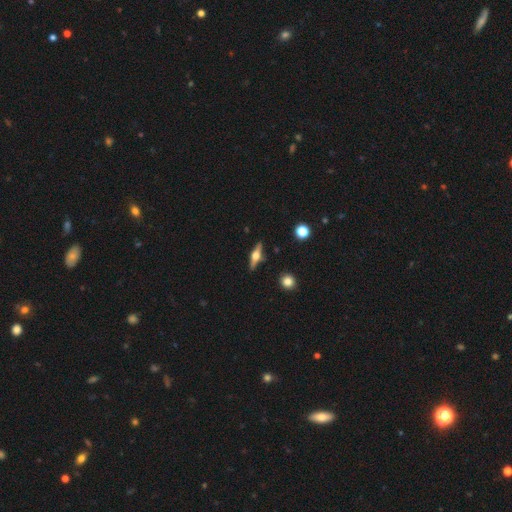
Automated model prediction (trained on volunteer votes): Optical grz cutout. It shows a featured or disk galaxy (68%) viewed edge-on (96%) with a rounded central bulge (94%). Merging: none (87%).